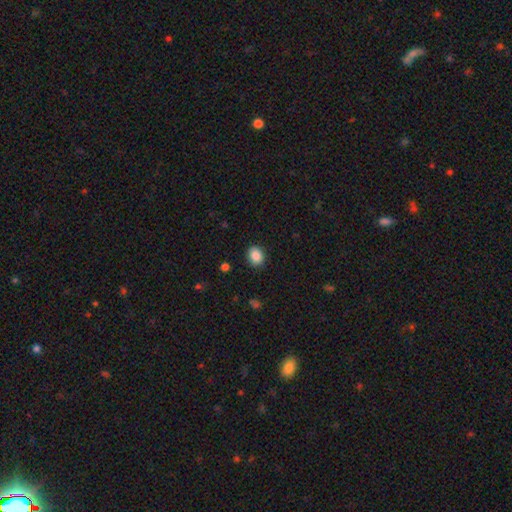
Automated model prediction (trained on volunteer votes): Smooth or featured? Predicted: smooth (p=0.87). How rounded? Predicted: round (p=0.50). Merging? Predicted: none (p=0.87).